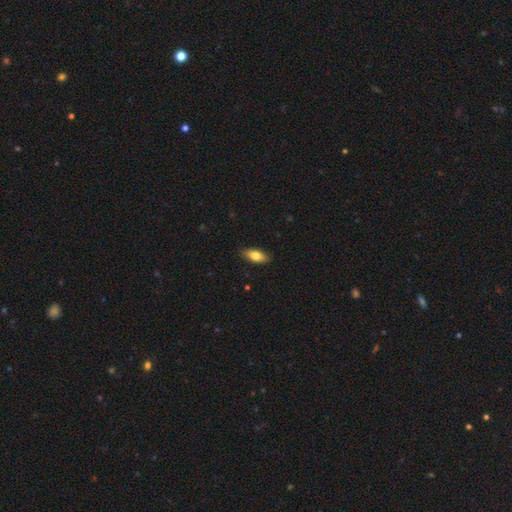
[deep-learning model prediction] smooth_or_featured: smooth (p=0.78) [alt: featured or disk p=0.16]
how_rounded: in between (p=0.82) [alt: cigar-shaped p=0.15]
merging: none (p=0.87) [alt: minor disturbance p=0.10]